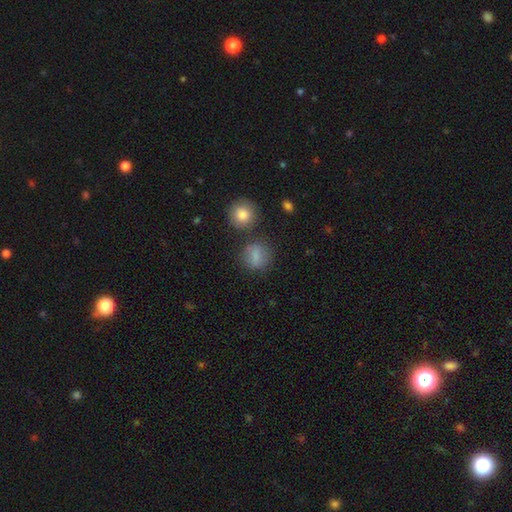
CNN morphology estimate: Overall: smooth (80%). How rounded: round (77%). Merging: none (72%).